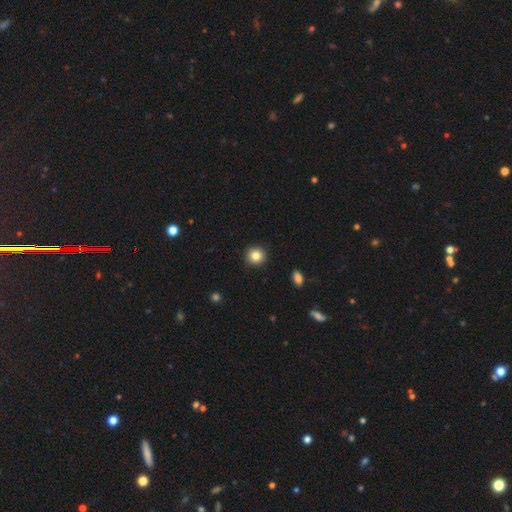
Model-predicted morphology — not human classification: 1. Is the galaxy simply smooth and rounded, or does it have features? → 84% smooth, 10% star or artifact, 6% featured or disk.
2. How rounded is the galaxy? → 92% round, 7% in between, 1% cigar-shaped.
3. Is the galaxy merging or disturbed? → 92% none, 5% minor disturbance, 2% major disturbance, 1% merger.